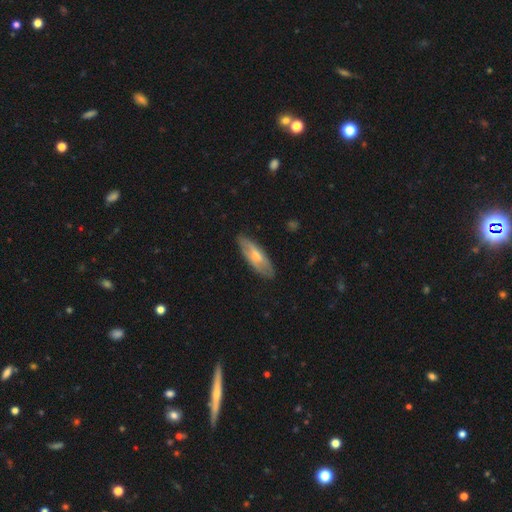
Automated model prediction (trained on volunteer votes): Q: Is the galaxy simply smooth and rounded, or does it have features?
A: smooth — 47%, tied with featured or disk.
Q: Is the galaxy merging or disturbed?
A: none — 82%.